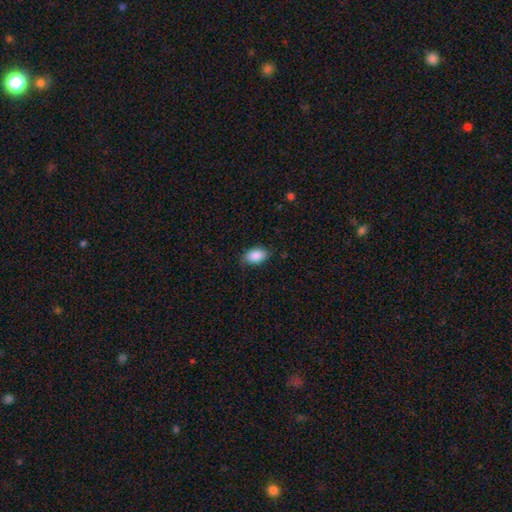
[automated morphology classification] smooth-or-featured: smooth: 88% | star or artifact: 7% | featured or disk: 5%
  how-rounded: in between: 91% | round: 8% | cigar-shaped: 2%
  merging: none: 78% | minor disturbance: 17% | major disturbance: 4% | merger: 1%